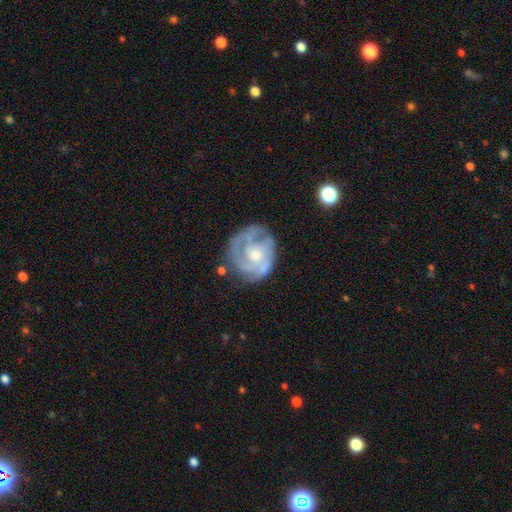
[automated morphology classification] This is clearly a featured or disk galaxy (84%). It is clearly not viewed edge-on (98%). Bar: likely no (72%). Spiral arm pattern: clearly yes (93%). Spiral arm count: marginally 3 (33%). Spiral winding: likely tight (61%). Central bulge: possibly moderate (50%). Merging: likely none (70%).